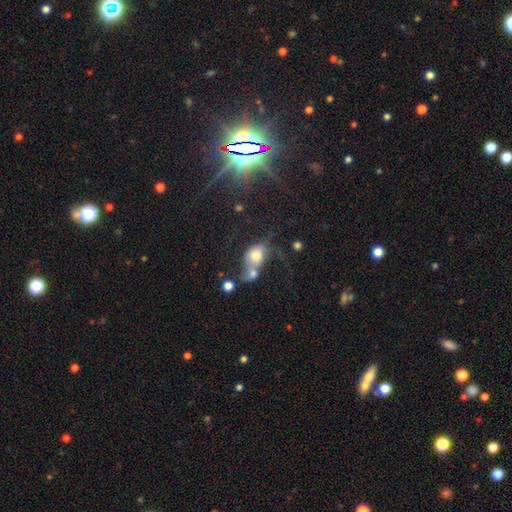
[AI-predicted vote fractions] This is likely a smooth galaxy (63%). How rounded: possibly in between (55%). Merging: likely merger (65%).